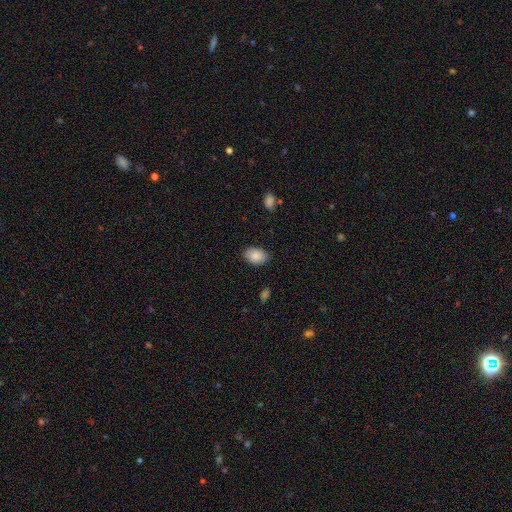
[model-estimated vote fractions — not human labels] Smooth or featured?
  - smooth: 87% *
  - star or artifact: 7%
  - featured or disk: 6%
How rounded?
  - in between: 85% *
  - round: 14%
  - cigar-shaped: 1%
Merging?
  - none: 85% *
  - minor disturbance: 11%
  - major disturbance: 2%
  - merger: 1%